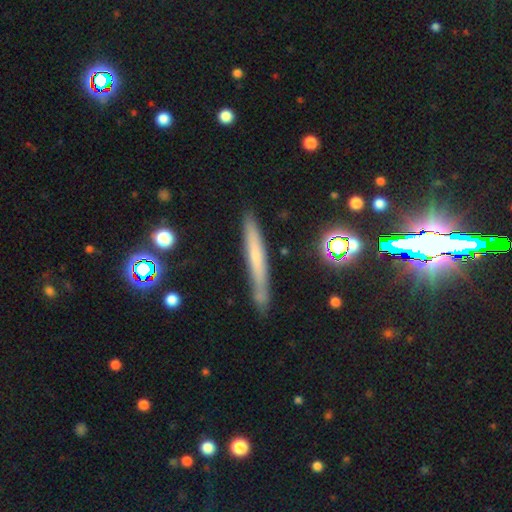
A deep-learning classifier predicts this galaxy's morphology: smooth_or_featured: smooth (p=0.50) [alt: featured or disk p=0.40]
merging: none (p=0.82) [alt: minor disturbance p=0.12]